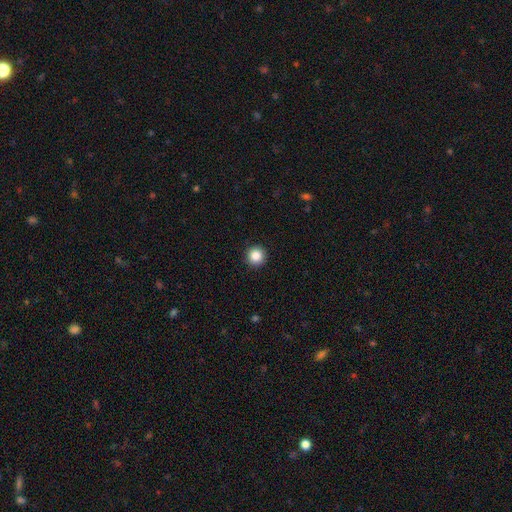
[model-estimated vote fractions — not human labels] smooth 87%, star or artifact 10%, featured or disk 3%. Down the decision tree: how rounded — round (96%); merging — none (93%).